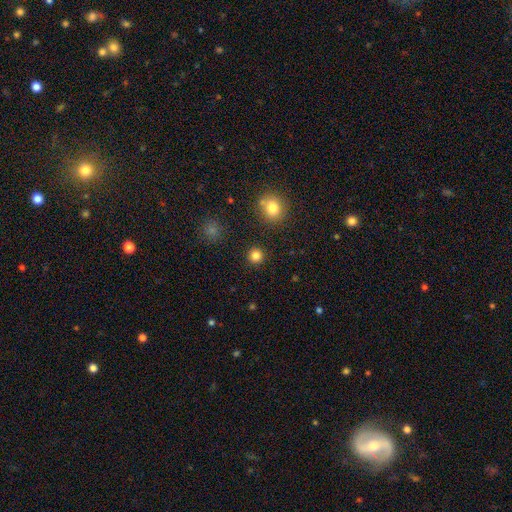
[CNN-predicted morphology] This appears to be a smooth galaxy with no disk features (83%) that is round (94%). Merging: none (91%).